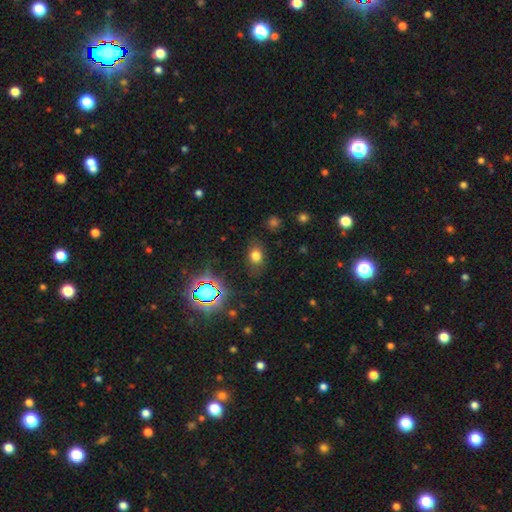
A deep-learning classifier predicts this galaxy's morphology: Smooth or featured? smooth (71%)
How rounded? in between (60%)
Merging? none (78%)